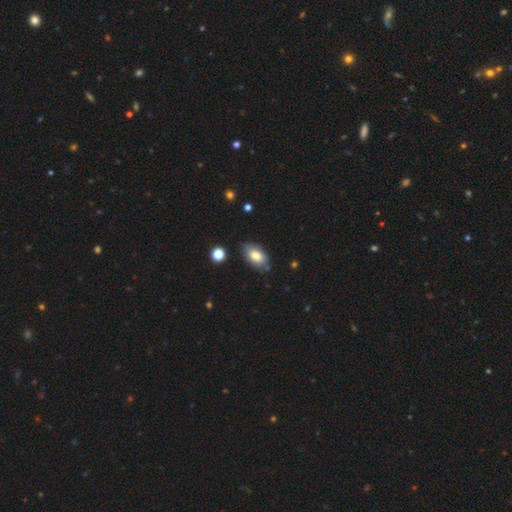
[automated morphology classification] smooth 78%, featured or disk 15%, star or artifact 7%. Down the decision tree: how rounded — in between (93%); merging — none (77%).